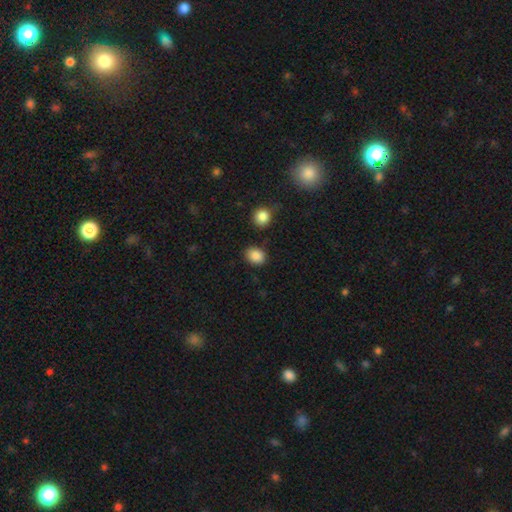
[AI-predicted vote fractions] Smooth or featured: smooth — 87% (star or artifact — 9%)
How rounded: round — 53% (in between — 46%)
Merging: none — 83% (minor disturbance — 10%)